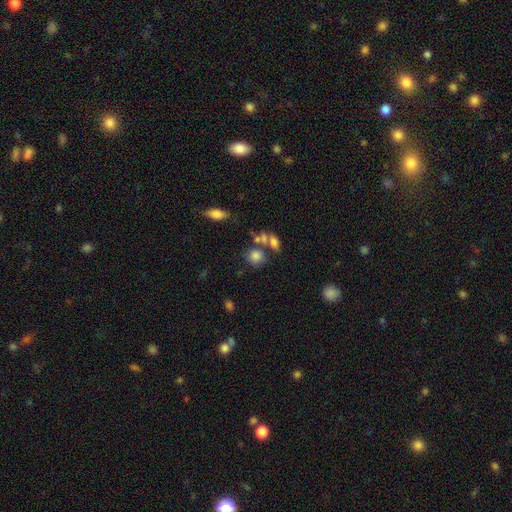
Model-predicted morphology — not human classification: Overall: smooth (78%). How rounded: round (72%). Merging: none (54%; merger 26%).